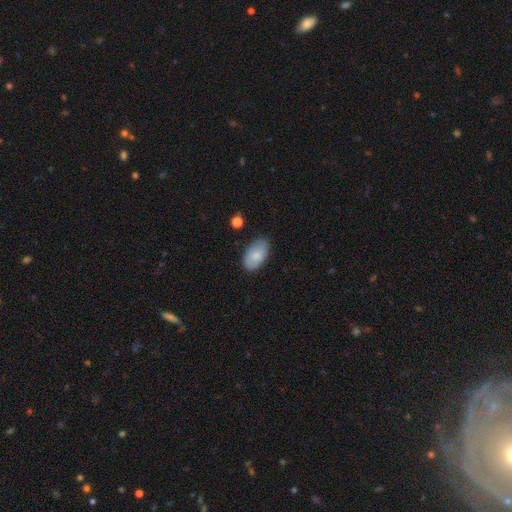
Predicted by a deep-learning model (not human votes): Morphology: type=smooth (82%); roundness=in between (94%); merging=none (80%).